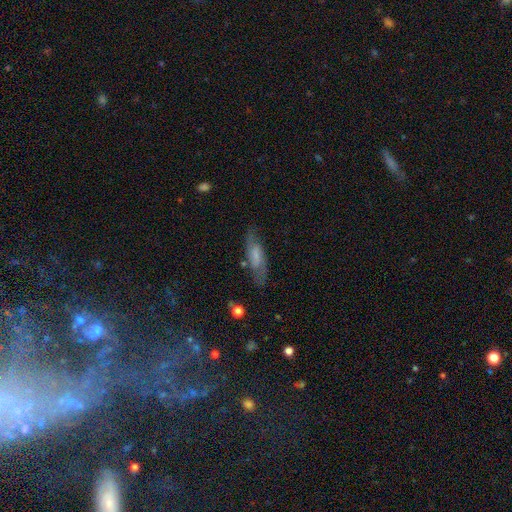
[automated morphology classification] This appears to be a featured or disk galaxy (54%). Merging: none (73%).